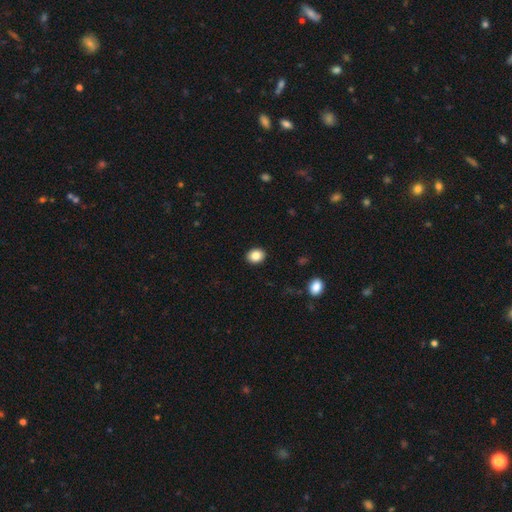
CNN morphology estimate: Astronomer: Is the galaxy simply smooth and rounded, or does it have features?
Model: smooth — 86%.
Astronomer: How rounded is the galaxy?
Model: round — 58% (runner-up: in between, 41%).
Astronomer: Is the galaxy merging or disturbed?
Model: none — 92%.